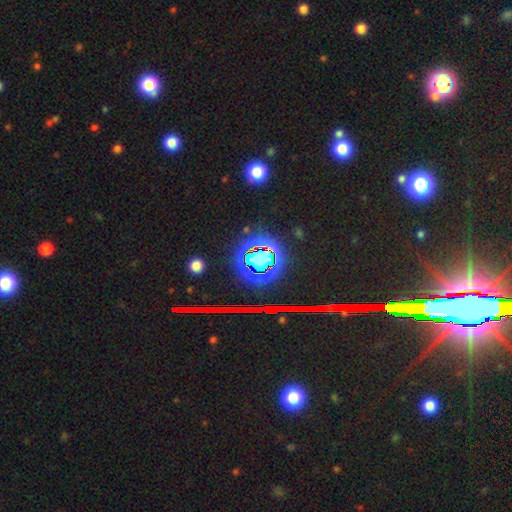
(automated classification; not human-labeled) Smooth or featured: star or artifact — 84% (smooth — 8%)